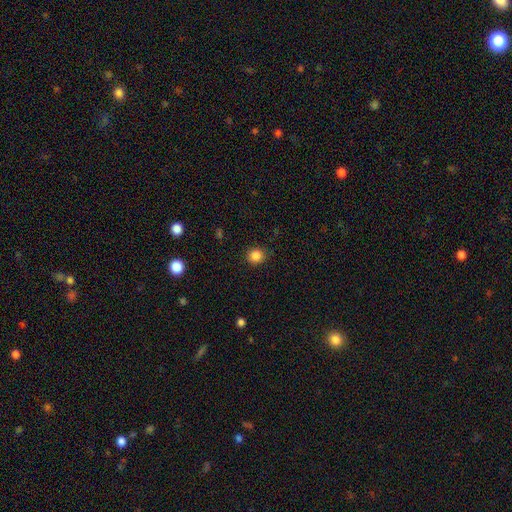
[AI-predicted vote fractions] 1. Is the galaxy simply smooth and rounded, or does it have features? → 86% smooth, 11% star or artifact, 3% featured or disk.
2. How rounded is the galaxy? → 85% round, 14% in between, 1% cigar-shaped.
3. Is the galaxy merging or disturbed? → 89% none, 8% minor disturbance, 2% major disturbance, 1% merger.